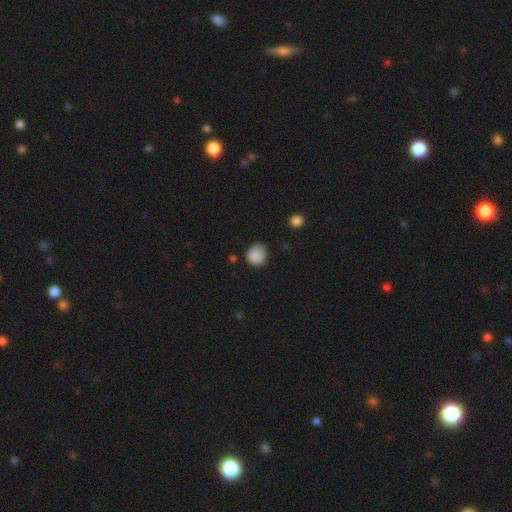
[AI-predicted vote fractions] This is clearly a smooth galaxy (87%). How rounded: clearly round (80%). Merging: likely none (68%).